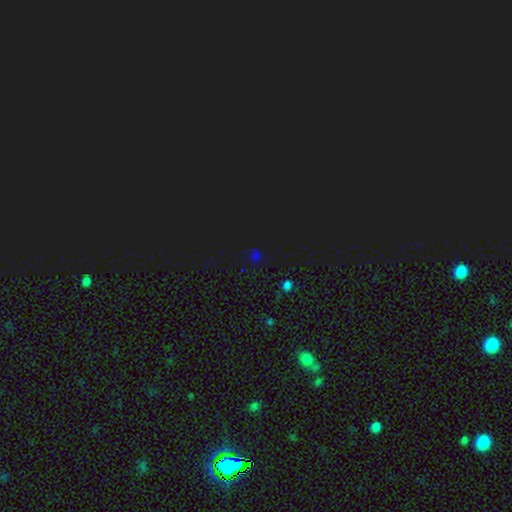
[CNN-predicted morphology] Smooth or featured?
  - star or artifact: 67% *
  - smooth: 27%
  - featured or disk: 6%